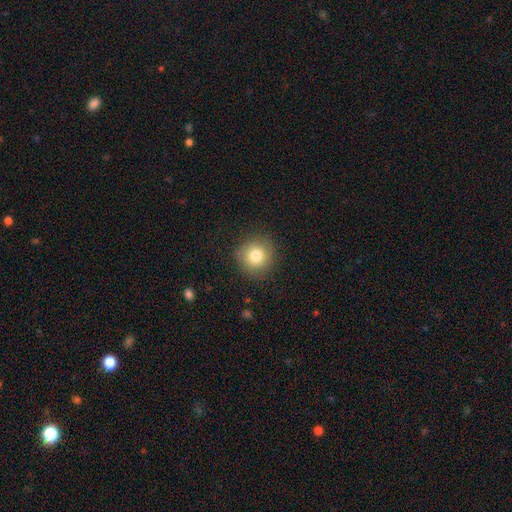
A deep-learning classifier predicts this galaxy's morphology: Smooth or featured?
  - smooth: 81% *
  - star or artifact: 10%
  - featured or disk: 9%
How rounded?
  - round: 92% *
  - in between: 7%
  - cigar-shaped: 1%
Merging?
  - none: 87% *
  - minor disturbance: 9%
  - major disturbance: 3%
  - merger: 1%